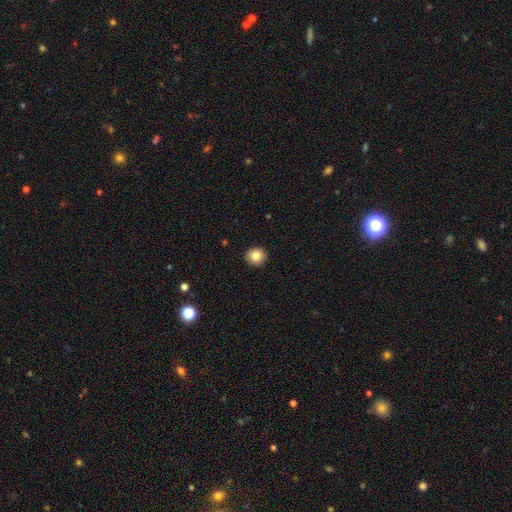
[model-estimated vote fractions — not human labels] smooth_or_featured: smooth (p=0.84) [alt: star or artifact p=0.09]
how_rounded: round (p=0.89) [alt: in between p=0.10]
merging: none (p=0.92) [alt: minor disturbance p=0.05]